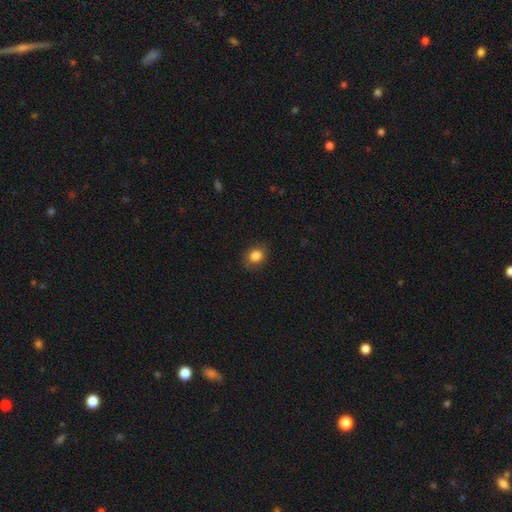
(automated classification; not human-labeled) This is clearly a smooth galaxy (84%). How rounded: possibly round (58%). Merging: clearly none (82%).